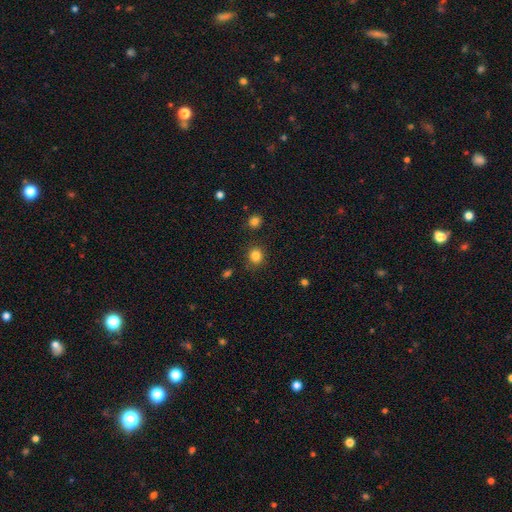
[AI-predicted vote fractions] A smooth galaxy with no disk features (84%) that is round (85%). Merging: none (87%).